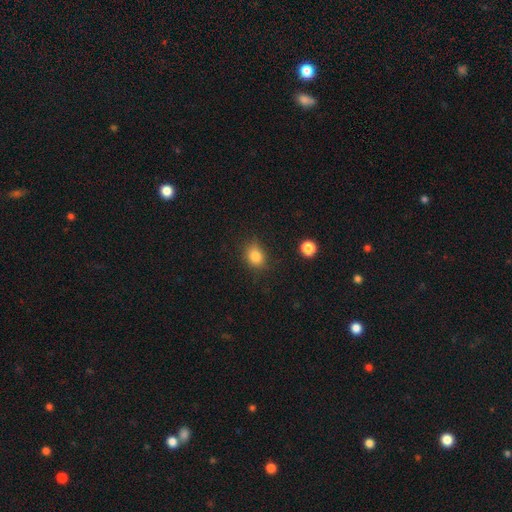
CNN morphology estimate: Q: Smooth or featured?
A: smooth (83%); runner-up: star or artifact (11%)
Q: How rounded?
A: round (52%); runner-up: in between (47%)
Q: Merging?
A: none (79%); runner-up: minor disturbance (15%)